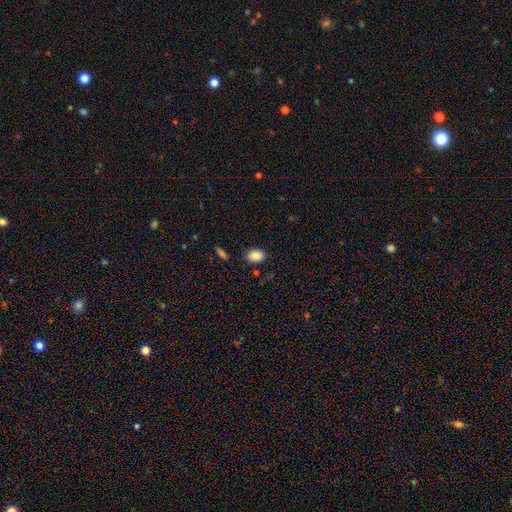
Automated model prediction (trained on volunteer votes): Q: Smooth or featured?
A: smooth (87%); runner-up: star or artifact (8%)
Q: How rounded?
A: in between (75%); runner-up: round (24%)
Q: Merging?
A: none (85%); runner-up: minor disturbance (10%)